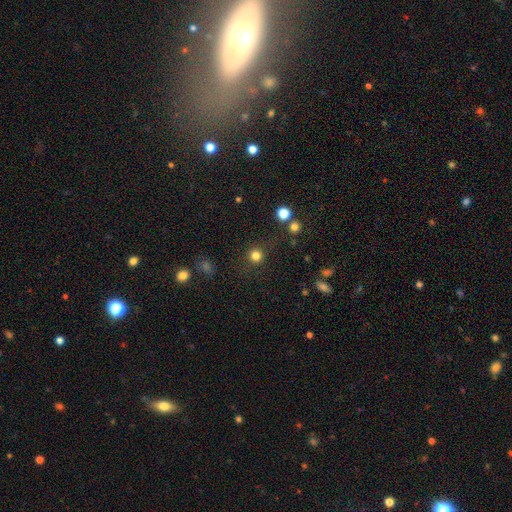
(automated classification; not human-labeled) smooth-or-featured: smooth: 81% | star or artifact: 15% | featured or disk: 5%
  how-rounded: round: 93% | in between: 6% | cigar-shaped: 1%
  merging: none: 86% | minor disturbance: 8% | major disturbance: 4% | merger: 2%